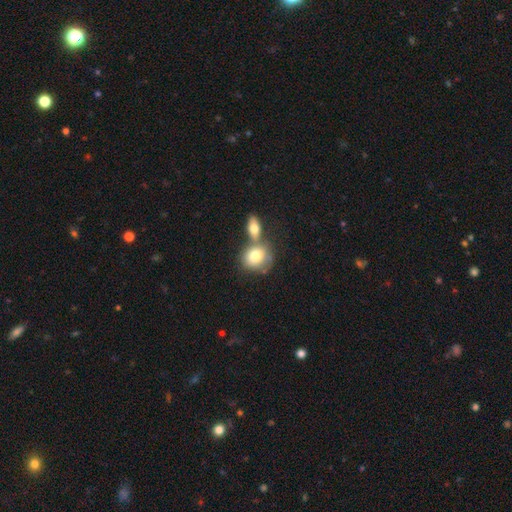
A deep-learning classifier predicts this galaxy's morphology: smooth_or_featured: smooth (p=0.76) [alt: featured or disk p=0.17]
how_rounded: round (p=0.61) [alt: in between p=0.37]
merging: merger (p=0.48) [alt: none p=0.37]